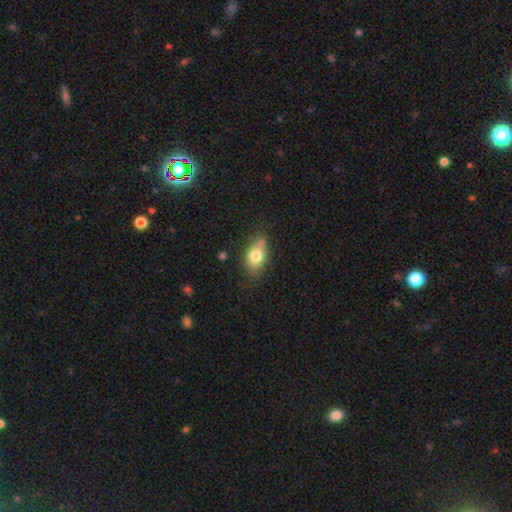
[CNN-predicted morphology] Smooth or featured: smooth — 77% (featured or disk — 15%)
How rounded: in between — 80% (round — 16%)
Merging: none — 62% (minor disturbance — 25%)